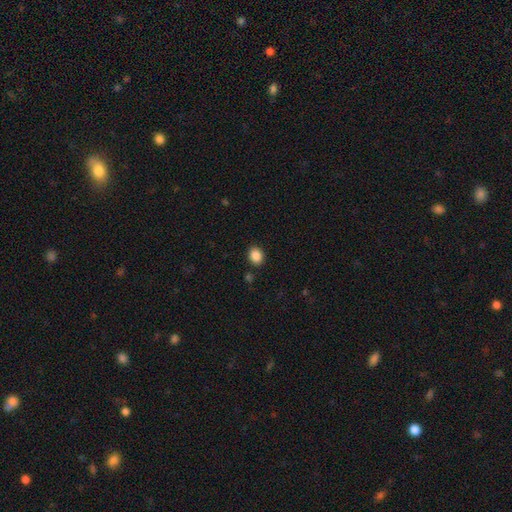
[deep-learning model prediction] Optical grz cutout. It shows a smooth galaxy with no disk features (87%) that is round (58%). Merging: none (89%).